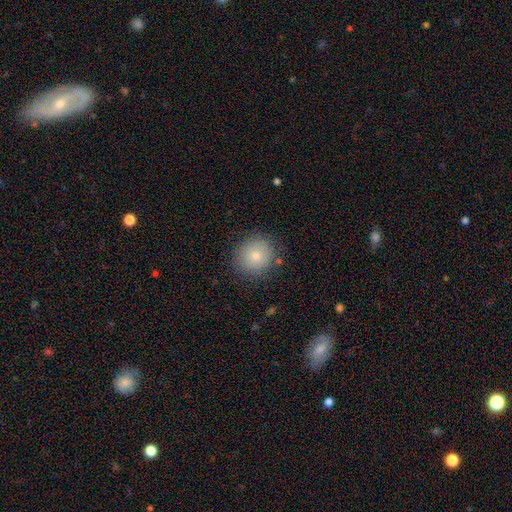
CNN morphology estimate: Smooth or featured?
  - smooth: 79% *
  - featured or disk: 12%
  - star or artifact: 9%
How rounded?
  - round: 89% *
  - in between: 10%
  - cigar-shaped: 1%
Merging?
  - none: 84% *
  - minor disturbance: 11%
  - major disturbance: 3%
  - merger: 2%